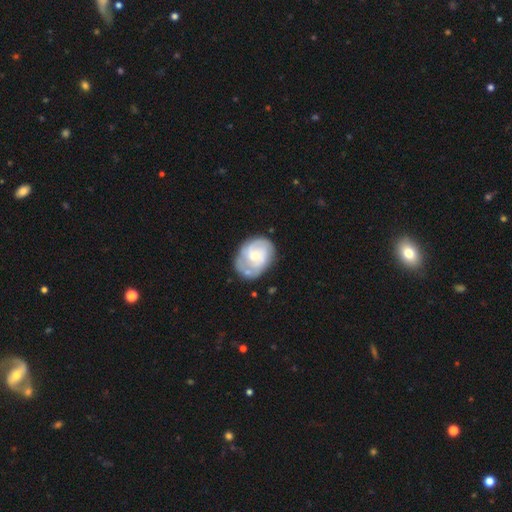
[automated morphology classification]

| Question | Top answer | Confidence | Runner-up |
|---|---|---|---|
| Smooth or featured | featured or disk | 72% | smooth (23%) |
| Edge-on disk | no | 98% | yes (2%) |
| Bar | no | 60% | weak (35%) |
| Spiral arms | yes | 88% | no (12%) |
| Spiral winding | tight | 47% | medium (40%) |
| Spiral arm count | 2 | 53% | can't tell (24%) |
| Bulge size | small | 51% | moderate (41%) |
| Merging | none | 59% | minor disturbance (24%) |